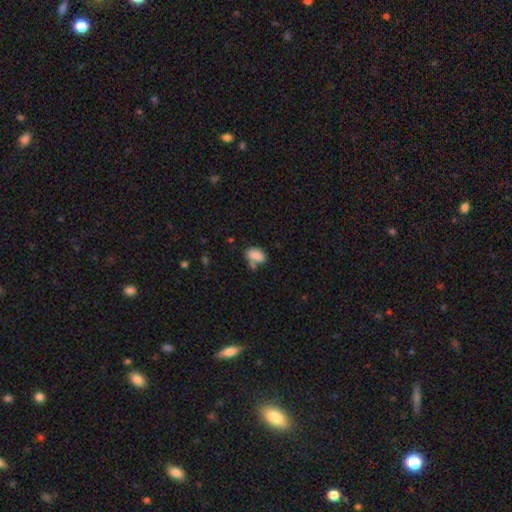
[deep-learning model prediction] This is clearly a smooth galaxy (81%). How rounded: clearly in between (86%). Merging: marginally none (44%).